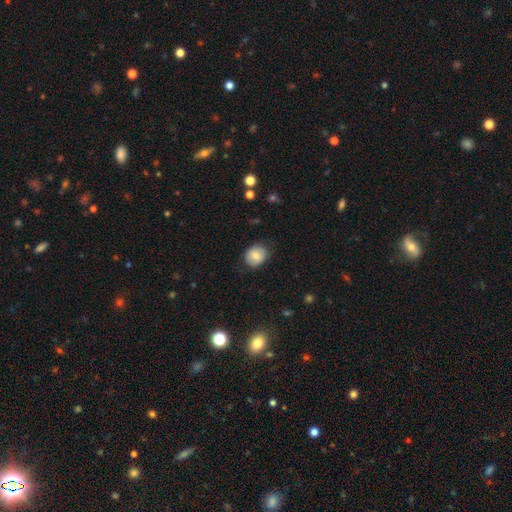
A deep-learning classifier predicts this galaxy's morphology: Q: Smooth or featured?
A: smooth (78%); runner-up: featured or disk (14%)
Q: How rounded?
A: round (63%); runner-up: in between (37%)
Q: Merging?
A: none (75%); runner-up: minor disturbance (19%)